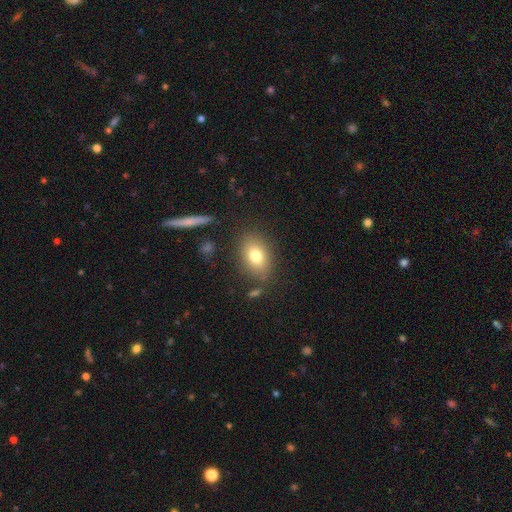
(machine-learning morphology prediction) smooth-or-featured: smooth: 77% | featured or disk: 13% | star or artifact: 10%
  how-rounded: in between: 80% | round: 17% | cigar-shaped: 2%
  merging: none: 81% | minor disturbance: 12% | major disturbance: 4% | merger: 3%